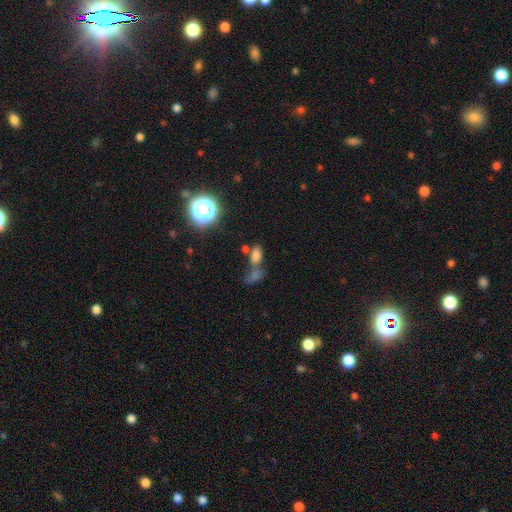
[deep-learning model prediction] Smooth or featured: smooth — 69% (star or artifact — 21%)
How rounded: in between — 81% (round — 11%)
Merging: merger — 43% (none — 37%)